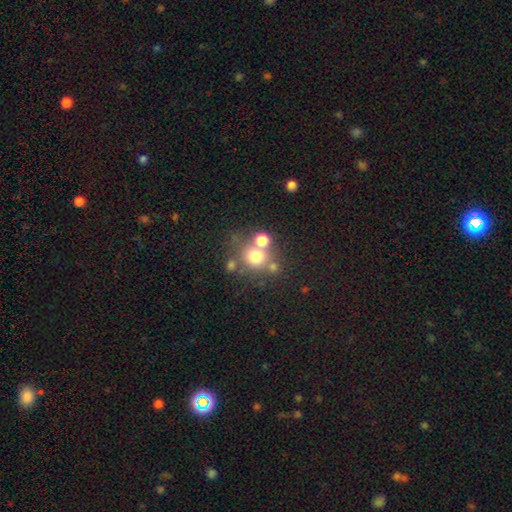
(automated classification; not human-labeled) Morphology: type=smooth (69%); roundness=round (86%); merging=none (56%).